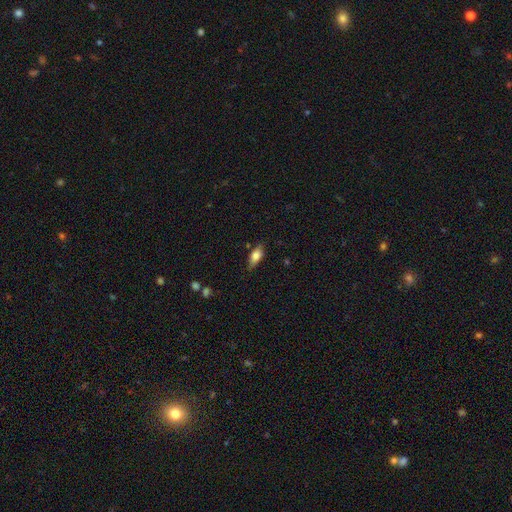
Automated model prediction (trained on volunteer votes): Overall: smooth (68%). How rounded: in between (77%). Merging: none (77%).